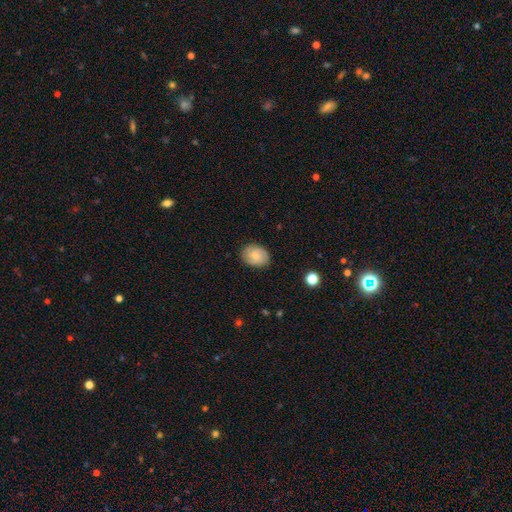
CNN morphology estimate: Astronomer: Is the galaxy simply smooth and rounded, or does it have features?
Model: smooth — 70%.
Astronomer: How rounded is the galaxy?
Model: in between — 65%.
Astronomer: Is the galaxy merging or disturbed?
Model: none — 83%.